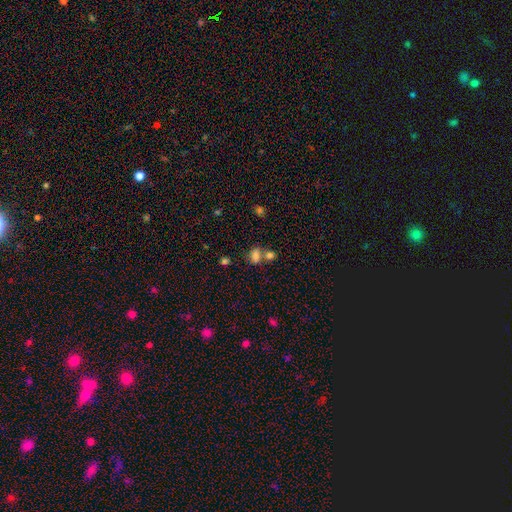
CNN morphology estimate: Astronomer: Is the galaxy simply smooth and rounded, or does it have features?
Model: smooth — 78%.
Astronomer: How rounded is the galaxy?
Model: in between — 73%.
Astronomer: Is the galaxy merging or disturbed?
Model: none — 45% (runner-up: merger, 38%).